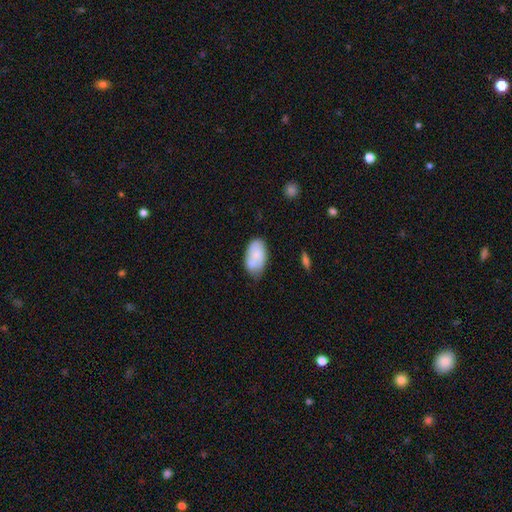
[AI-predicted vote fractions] A smooth galaxy with no disk features (59%) that is in between round and cigar-shaped (93%).

Vote fractions:
- Smooth or featured? smooth: 59% / featured or disk: 34% / star or artifact: 7%
- How rounded? in between: 93% / round: 5% / cigar-shaped: 2%
- Merging? none: 61% / minor disturbance: 28% / major disturbance: 6% / merger: 5%